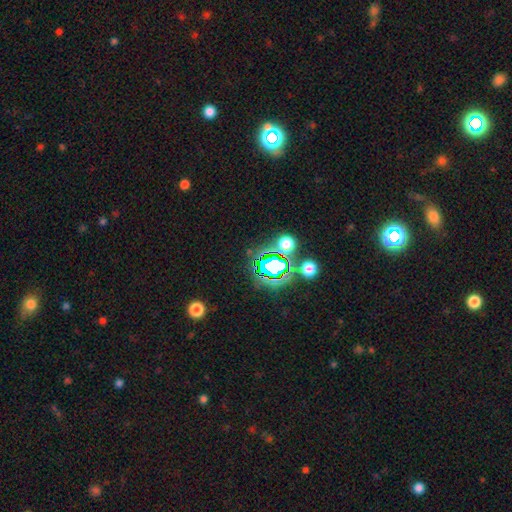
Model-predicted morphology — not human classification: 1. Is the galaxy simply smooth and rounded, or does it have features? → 74% star or artifact, 17% smooth, 9% featured or disk.